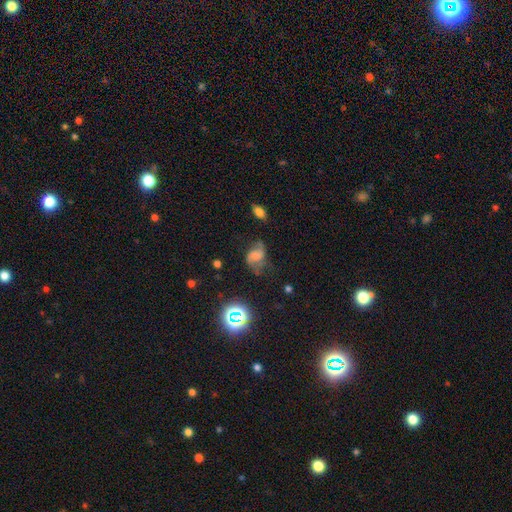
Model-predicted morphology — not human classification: This is possibly a featured or disk galaxy (47%). Merging: marginally none (43%).